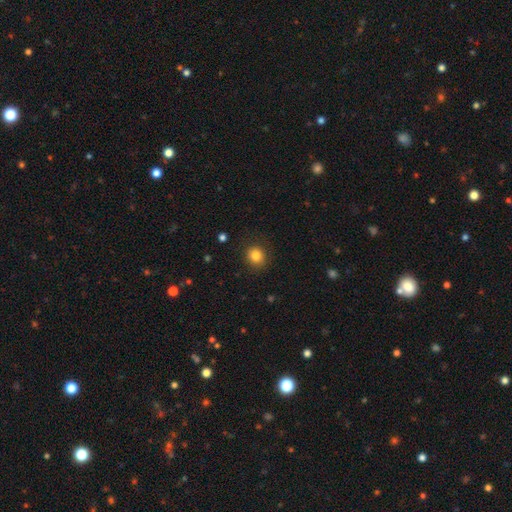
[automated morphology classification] Smooth or featured?
  - smooth: 83% *
  - star or artifact: 11%
  - featured or disk: 6%
How rounded?
  - round: 83% *
  - in between: 16%
  - cigar-shaped: 1%
Merging?
  - none: 88% *
  - minor disturbance: 8%
  - major disturbance: 3%
  - merger: 1%